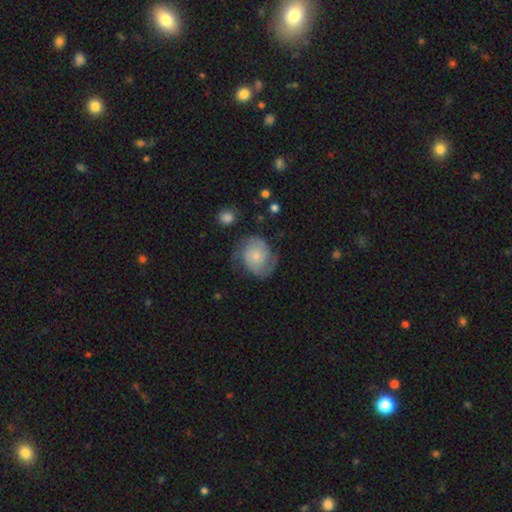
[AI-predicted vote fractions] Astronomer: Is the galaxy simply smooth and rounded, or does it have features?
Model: featured or disk — 69%.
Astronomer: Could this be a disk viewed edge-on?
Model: no — 98%.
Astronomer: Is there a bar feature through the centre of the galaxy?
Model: no — 74%.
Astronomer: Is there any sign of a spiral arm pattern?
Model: yes — 92%.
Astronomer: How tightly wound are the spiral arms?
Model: medium — 42% (runner-up: tight, 39%).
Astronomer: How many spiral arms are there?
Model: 2 — 77%.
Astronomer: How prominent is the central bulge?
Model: small — 59%.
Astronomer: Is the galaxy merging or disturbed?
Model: none — 59%.